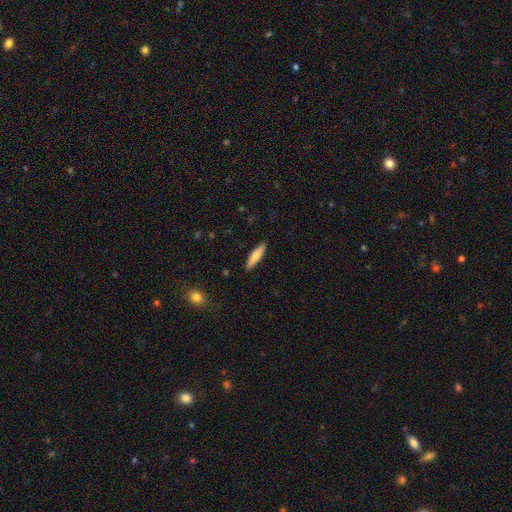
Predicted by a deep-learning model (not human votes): smooth 75%, featured or disk 19%, star or artifact 6%. Down the decision tree: how rounded — cigar-shaped (79%); merging — none (90%).